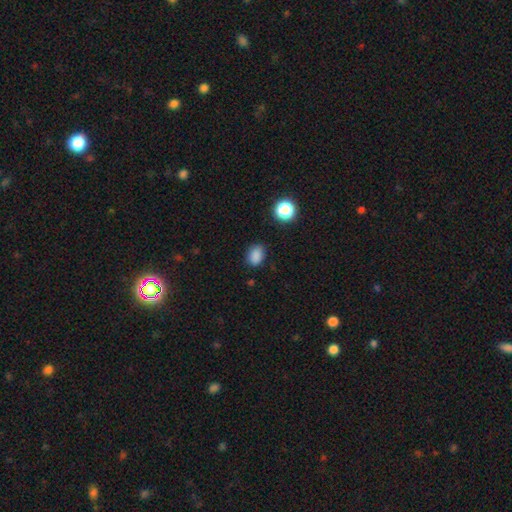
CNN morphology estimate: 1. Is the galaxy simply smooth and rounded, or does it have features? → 84% smooth, 12% star or artifact, 4% featured or disk.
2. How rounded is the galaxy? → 67% in between, 32% round, 1% cigar-shaped.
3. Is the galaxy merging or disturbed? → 78% none, 16% minor disturbance, 3% major disturbance, 2% merger.